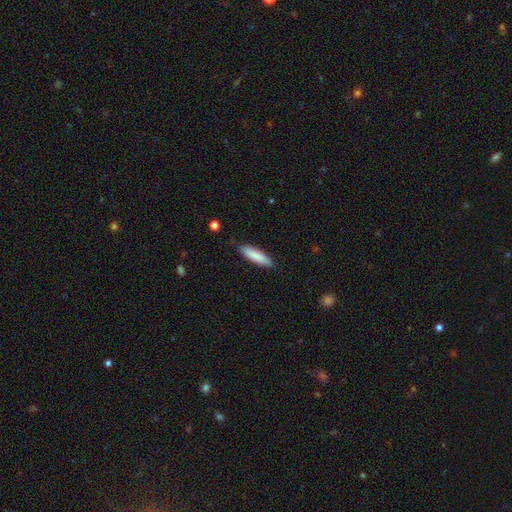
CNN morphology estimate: type=smooth (86%); roundness=cigar-shaped (71%); merging=none (86%).